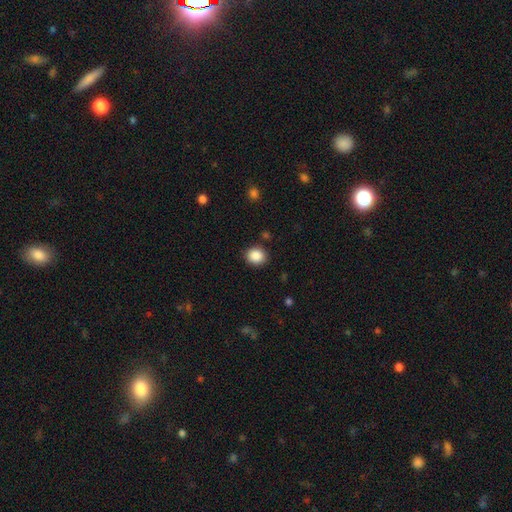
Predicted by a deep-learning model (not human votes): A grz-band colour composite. It shows a smooth galaxy with no disk features (88%) that is round (76%). Merging: none (88%).